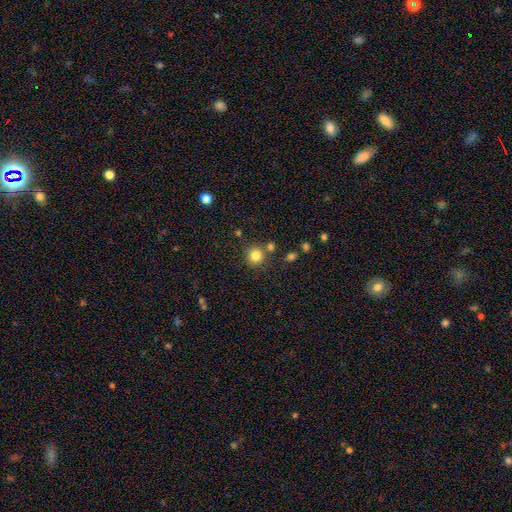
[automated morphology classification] A smooth galaxy with no disk features (82%) that is round (92%).

Vote fractions:
- Smooth or featured? smooth: 82% / star or artifact: 12% / featured or disk: 6%
- How rounded? round: 92% / in between: 7% / cigar-shaped: 1%
- Merging? none: 77% / merger: 10% / minor disturbance: 9% / major disturbance: 3%